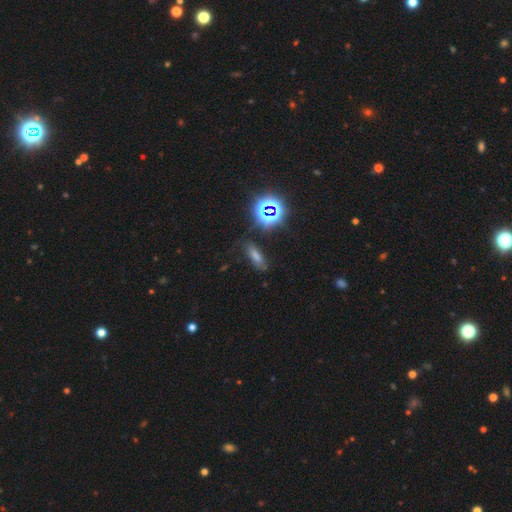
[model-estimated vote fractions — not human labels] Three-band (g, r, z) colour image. It shows a smooth galaxy with no disk features (47%). Merging: none (74%).